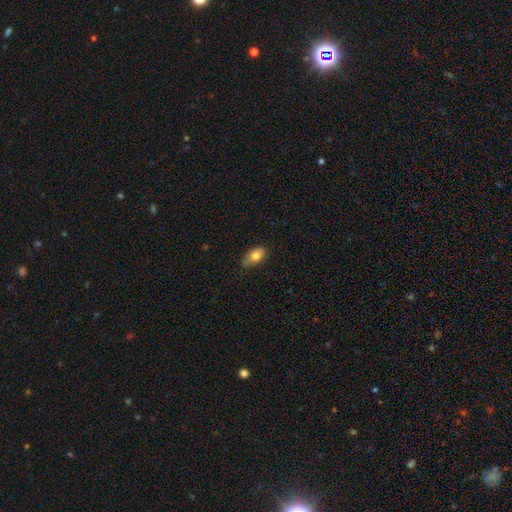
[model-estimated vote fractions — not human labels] A smooth galaxy with no disk features (78%) that is in between round and cigar-shaped (90%). Merging: none (64%).